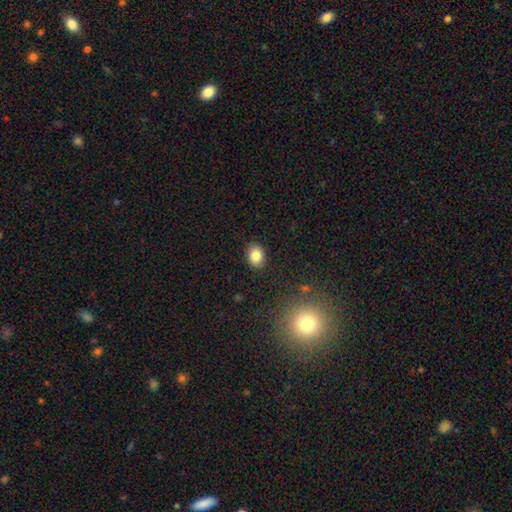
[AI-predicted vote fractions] smooth_or_featured: smooth (p=0.84) [alt: star or artifact p=0.10]
how_rounded: in between (p=0.61) [alt: round p=0.38]
merging: none (p=0.89) [alt: minor disturbance p=0.08]